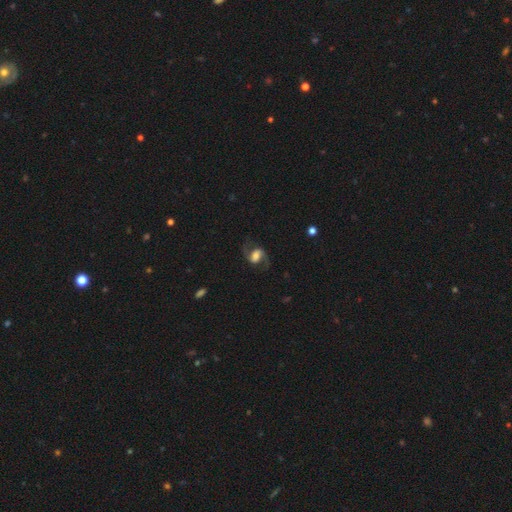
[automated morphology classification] smooth-or-featured: featured or disk: 80% | smooth: 13% | star or artifact: 7%
  disk-edge-on: no: 97% | yes: 3%
    bar: weak: 46% | strong: 27% | no: 27%
    has-spiral-arms: yes: 96% | no: 4%
      spiral-winding: loose: 46% (tied) | medium: 46% (tied) | tight: 8%
      spiral-arm-count: 2: 93% | can't tell: 2% | 1: 2% | 3: 1% | 4: 1% | more than 4: 1%
    bulge-size: moderate: 38% | large: 32% | small: 16% | none: 8% | dominant: 6%
  merging: none: 75% | minor disturbance: 14% | major disturbance: 10% | merger: 1%